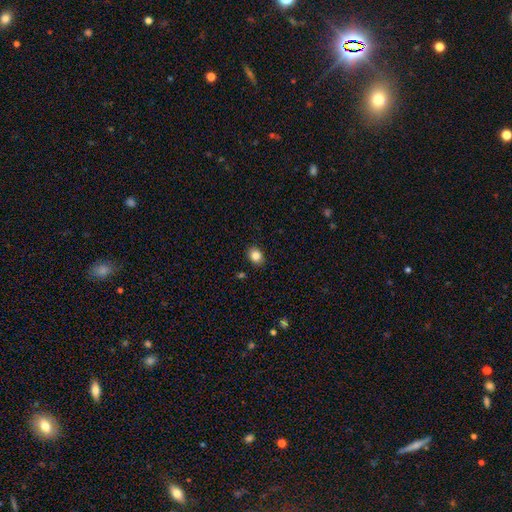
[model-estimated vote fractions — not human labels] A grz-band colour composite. It shows a smooth galaxy with no disk features (84%) that is in between round and cigar-shaped (51%). Merging: none (88%).